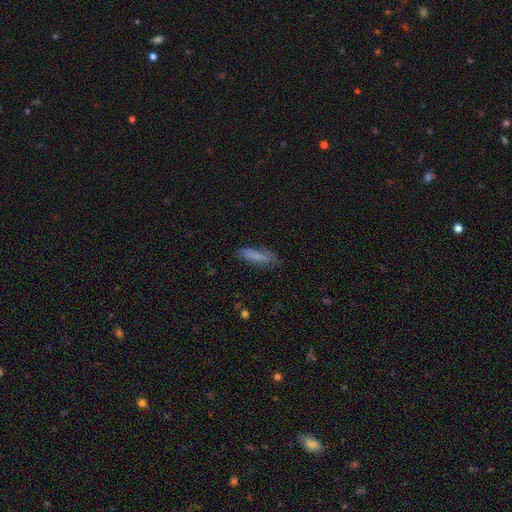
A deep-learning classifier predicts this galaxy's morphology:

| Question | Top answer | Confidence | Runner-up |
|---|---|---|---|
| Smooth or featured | smooth | 75% | featured or disk (17%) |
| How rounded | cigar-shaped | 67% | in between (31%) |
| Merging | none | 67% | minor disturbance (24%) |